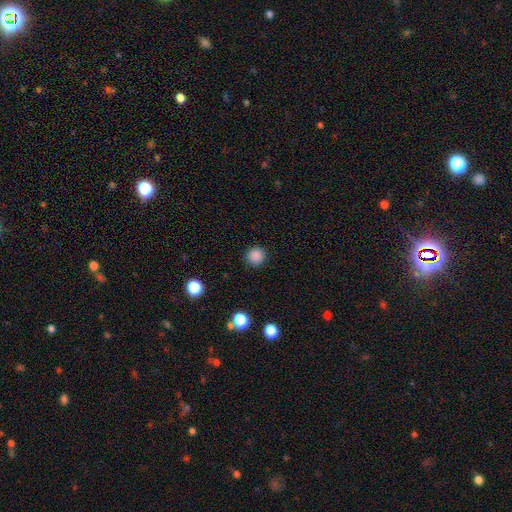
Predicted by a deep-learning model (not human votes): This is clearly a smooth galaxy (86%). How rounded: clearly round (94%). Merging: clearly none (91%).